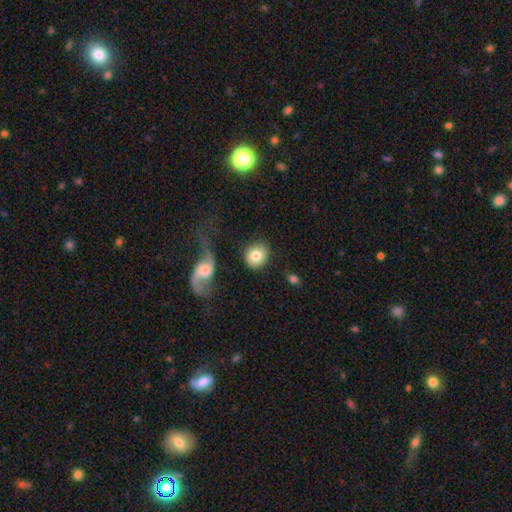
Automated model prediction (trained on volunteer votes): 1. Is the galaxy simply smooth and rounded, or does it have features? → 76% smooth, 17% featured or disk, 7% star or artifact.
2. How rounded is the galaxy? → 82% round, 17% in between, 1% cigar-shaped.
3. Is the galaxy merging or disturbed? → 77% none, 11% minor disturbance, 7% merger, 5% major disturbance.